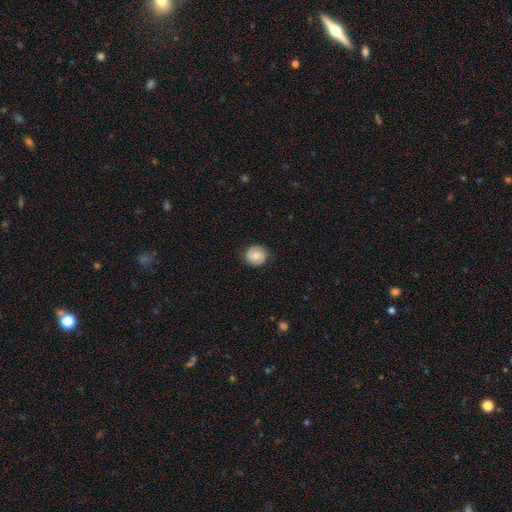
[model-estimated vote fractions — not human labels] This appears to be a smooth galaxy with no disk features (61%) that is round (87%). Merging: none (85%).